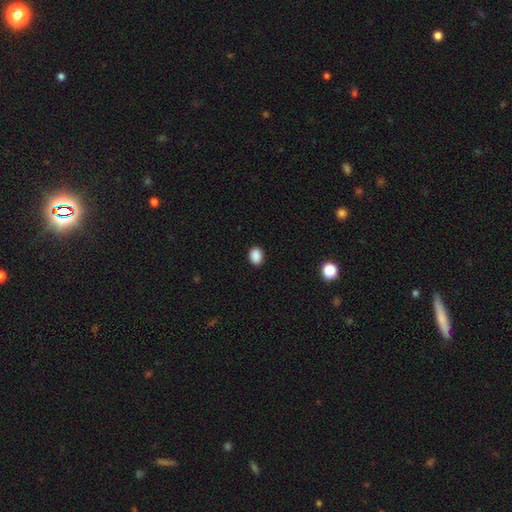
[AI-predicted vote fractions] Q: Smooth or featured?
A: smooth (89%); runner-up: star or artifact (9%)
Q: How rounded?
A: in between (70%); runner-up: round (29%)
Q: Merging?
A: none (90%); runner-up: minor disturbance (7%)